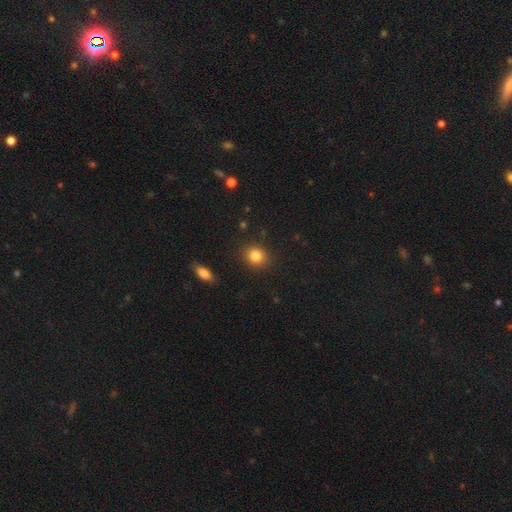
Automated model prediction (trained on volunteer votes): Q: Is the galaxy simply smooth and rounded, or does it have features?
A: smooth — 83%.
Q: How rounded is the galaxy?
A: round — 75%.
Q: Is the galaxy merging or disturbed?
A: none — 89%.